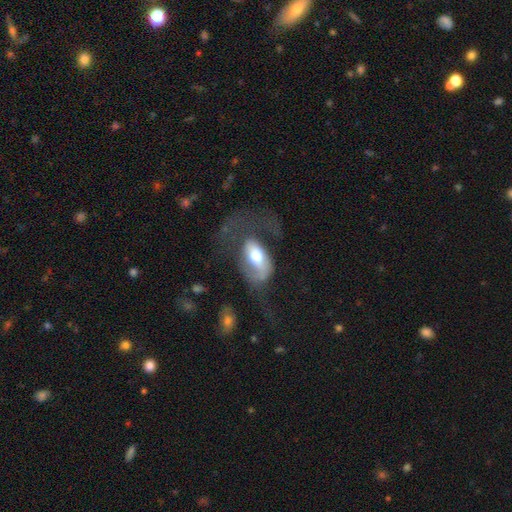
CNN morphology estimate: This appears to be a smooth galaxy with no disk features (47%, tied with featured or disk). Merging: major disturbance (48%).